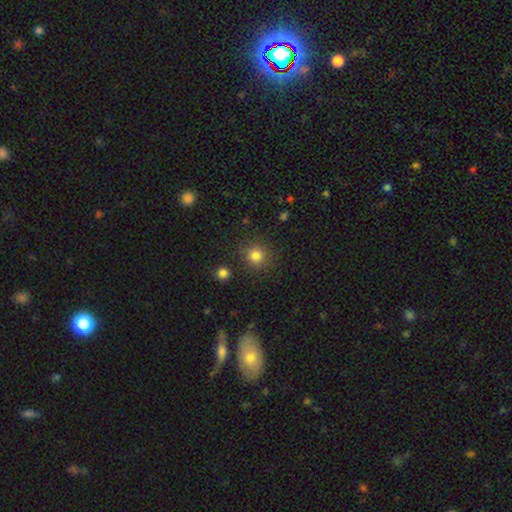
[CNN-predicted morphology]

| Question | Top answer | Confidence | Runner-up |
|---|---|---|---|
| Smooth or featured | smooth | 82% | star or artifact (13%) |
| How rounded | round | 91% | in between (8%) |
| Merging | none | 86% | minor disturbance (8%) |